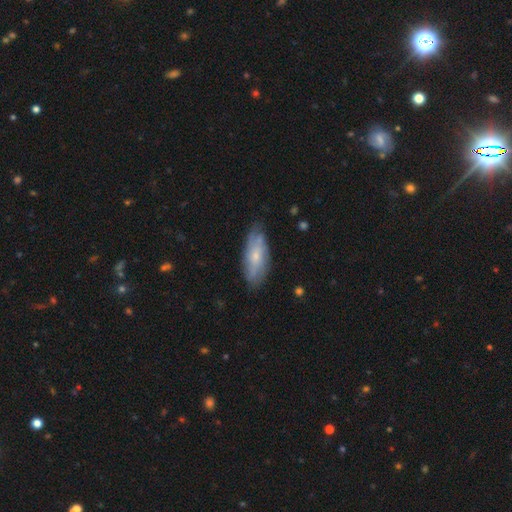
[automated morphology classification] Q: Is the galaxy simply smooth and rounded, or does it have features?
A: smooth — 48%.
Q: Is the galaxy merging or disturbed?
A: none — 72%.